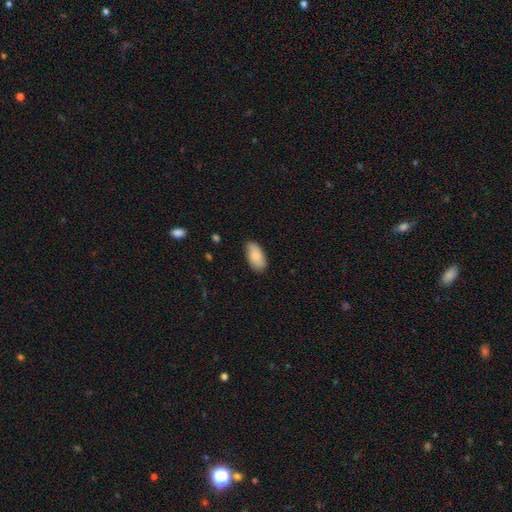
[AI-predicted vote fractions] A smooth galaxy with no disk features (86%) that is in between round and cigar-shaped (93%).

Vote fractions:
- Smooth or featured? smooth: 86% / featured or disk: 8% / star or artifact: 6%
- How rounded? in between: 93% / cigar-shaped: 5% / round: 2%
- Merging? none: 81% / minor disturbance: 16% / major disturbance: 2% / merger: 1%